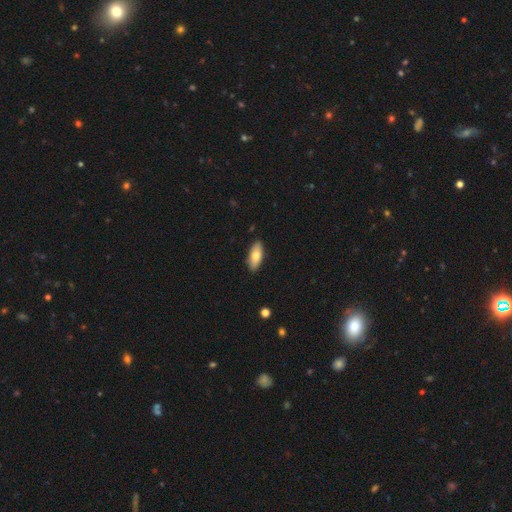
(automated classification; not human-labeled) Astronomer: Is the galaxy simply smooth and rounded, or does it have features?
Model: smooth — 74%.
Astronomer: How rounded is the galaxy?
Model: in between — 80%.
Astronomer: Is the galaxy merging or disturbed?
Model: none — 88%.